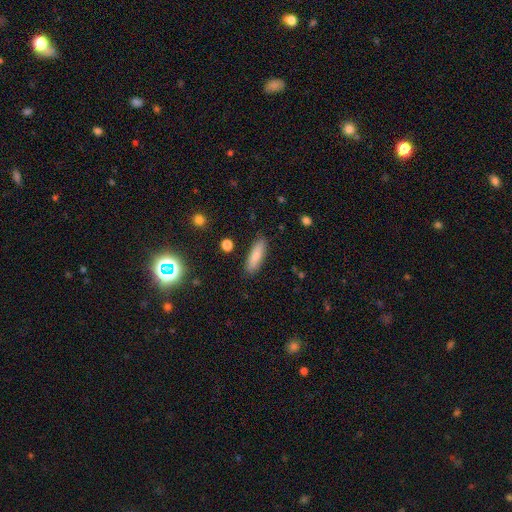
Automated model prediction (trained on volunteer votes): The model was most divided on "how rounded": cigar-shaped: 56%, in between: 42%, round: 2%. More confident: merging — none (87%); smooth or featured — smooth (82%).